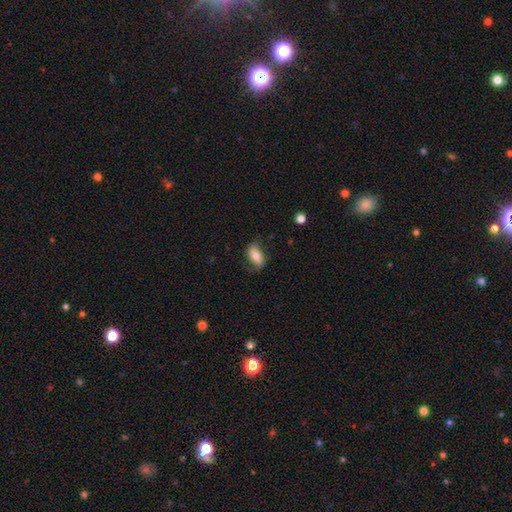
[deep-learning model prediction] Smooth or featured? smooth (72%)
How rounded? in between (89%)
Merging? none (69%)